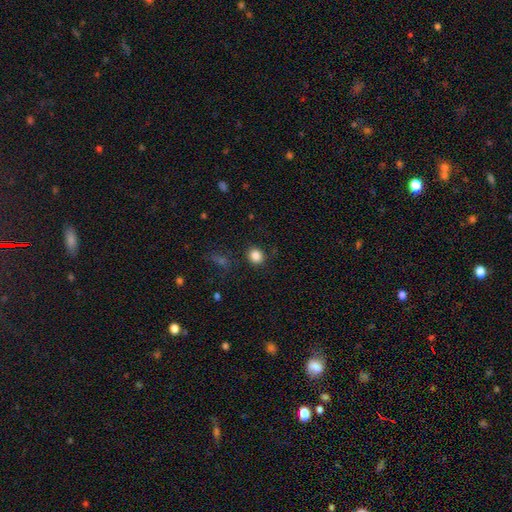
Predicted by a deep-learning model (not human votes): A smooth galaxy with no disk features (85%) that is round (80%). Merging: none (87%).